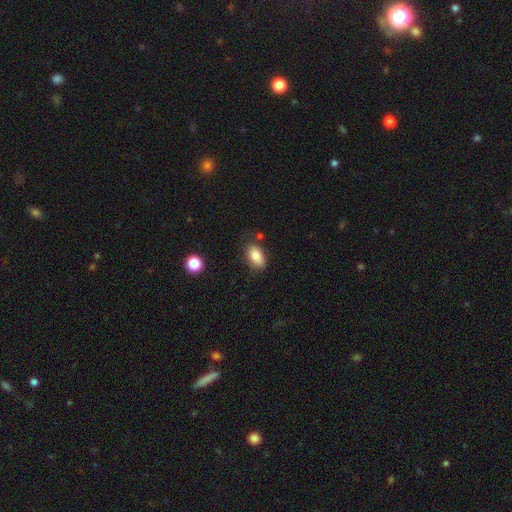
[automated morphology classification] A smooth galaxy with no disk features (83%) that is in between round and cigar-shaped (91%). Merging: none (72%).